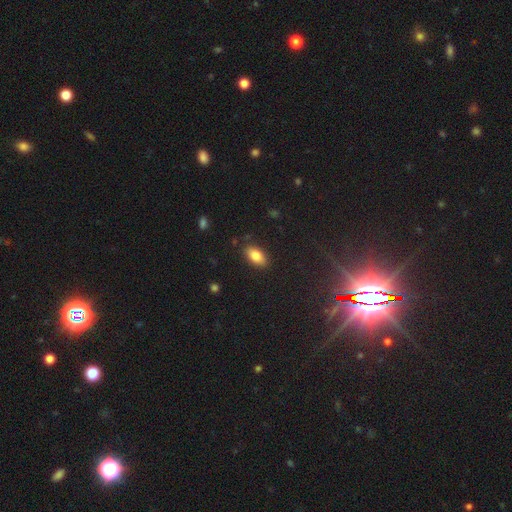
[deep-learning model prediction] smooth-or-featured: smooth: 83% | featured or disk: 9% | star or artifact: 8%
  how-rounded: in between: 92% | round: 4% | cigar-shaped: 4%
  merging: none: 86% | minor disturbance: 10% | major disturbance: 3% | merger: 1%